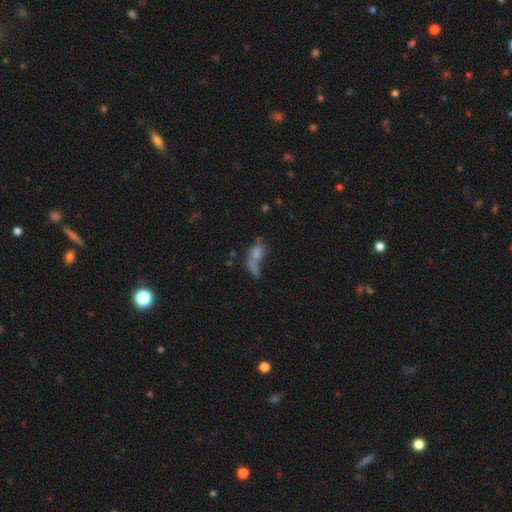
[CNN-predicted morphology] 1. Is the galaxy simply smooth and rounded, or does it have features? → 59% smooth, 23% featured or disk, 18% star or artifact.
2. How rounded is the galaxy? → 69% in between, 16% round, 15% cigar-shaped.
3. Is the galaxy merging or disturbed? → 38% merger, 25% none, 23% major disturbance, 13% minor disturbance.